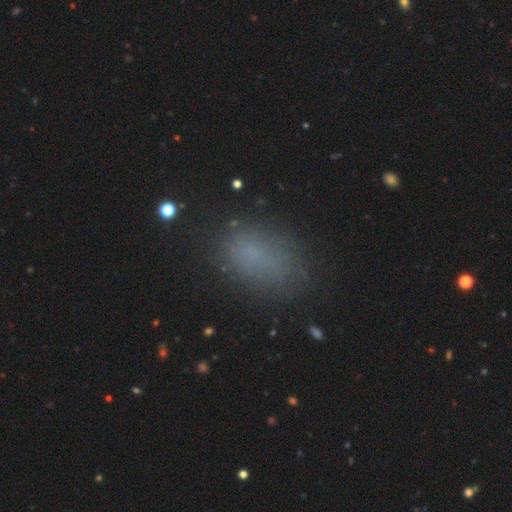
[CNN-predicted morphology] The model was most divided on "smooth or featured": smooth: 75%, star or artifact: 16%, featured or disk: 8%. More confident: how rounded — in between (86%); merging — none (77%).